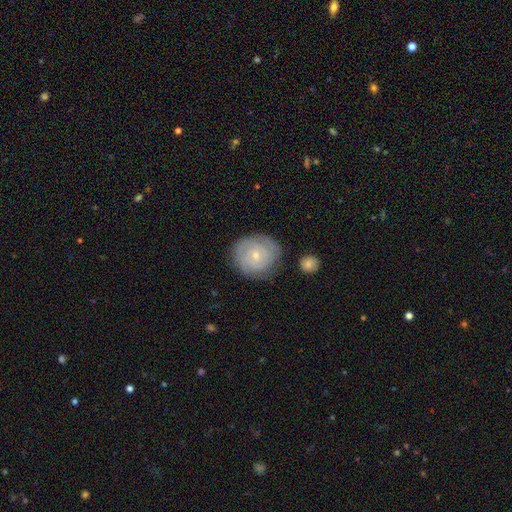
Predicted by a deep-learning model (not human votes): The model was most divided on "spiral arm count": can't tell: 35%, 2: 26%, 3: 21%, 4: 8%, 1: 5%, more than 4: 5%. More confident: edge-on disk — no (98%); spiral arms — yes (90%); merging — none (79%); spiral winding — tight (77%); bar — no (77%); bulge size — small (73%); smooth or featured — featured or disk (69%).